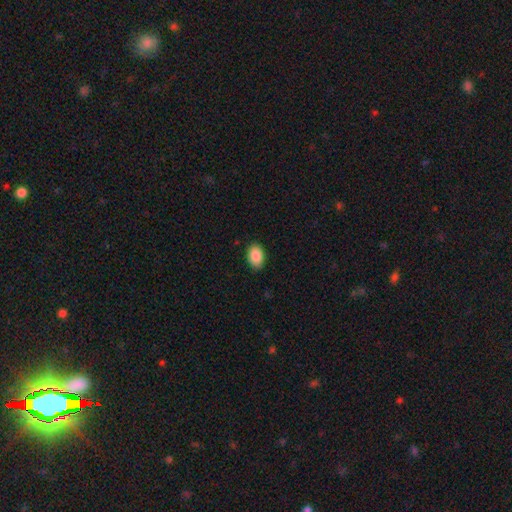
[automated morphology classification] Q: Smooth or featured?
A: smooth (89%); runner-up: star or artifact (7%)
Q: How rounded?
A: in between (88%); runner-up: round (11%)
Q: Merging?
A: none (88%); runner-up: minor disturbance (9%)